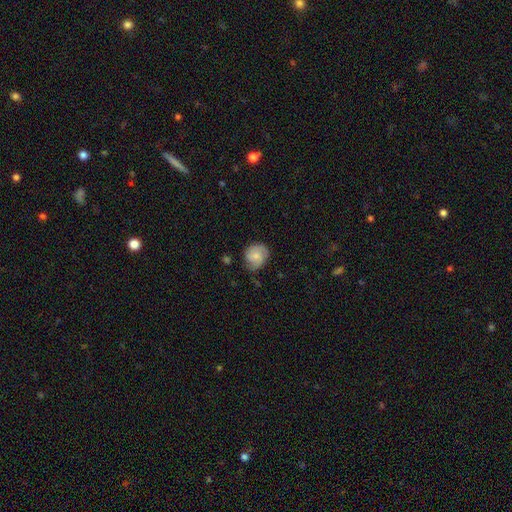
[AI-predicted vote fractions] Smooth or featured? Predicted: smooth (p=0.51). How rounded? Predicted: round (p=0.71). Merging? Predicted: none (p=0.64).